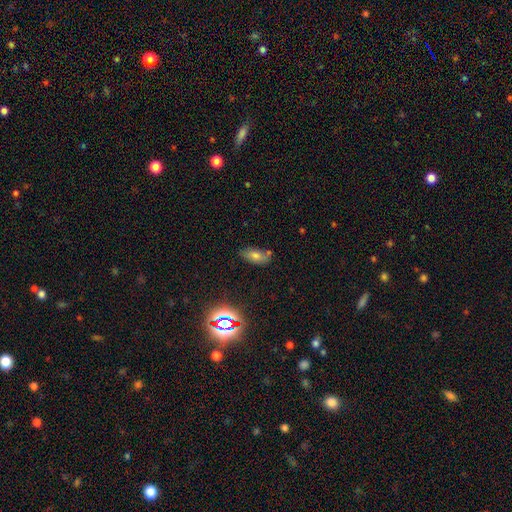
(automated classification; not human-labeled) Q: Smooth or featured?
A: smooth (70%); runner-up: featured or disk (15%)
Q: How rounded?
A: in between (85%); runner-up: cigar-shaped (10%)
Q: Merging?
A: none (68%); runner-up: minor disturbance (19%)